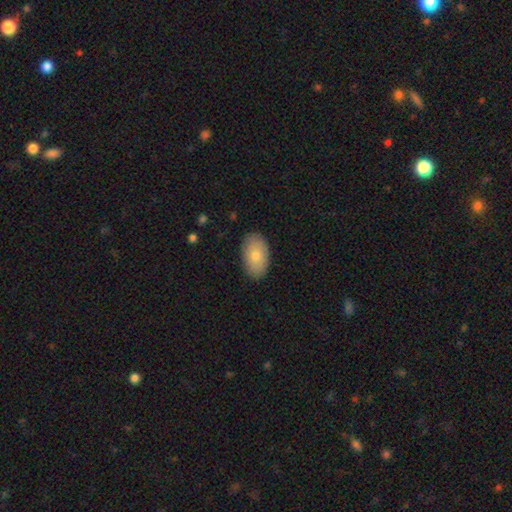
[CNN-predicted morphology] type=smooth (77%); roundness=in between (93%); merging=none (87%).